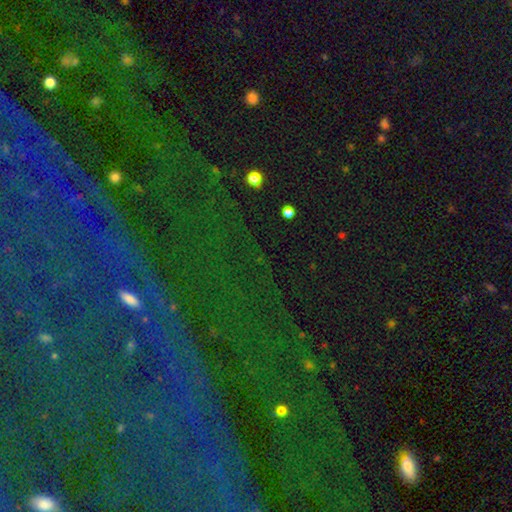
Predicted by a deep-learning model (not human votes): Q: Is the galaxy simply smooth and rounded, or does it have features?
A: star or artifact — 76%.